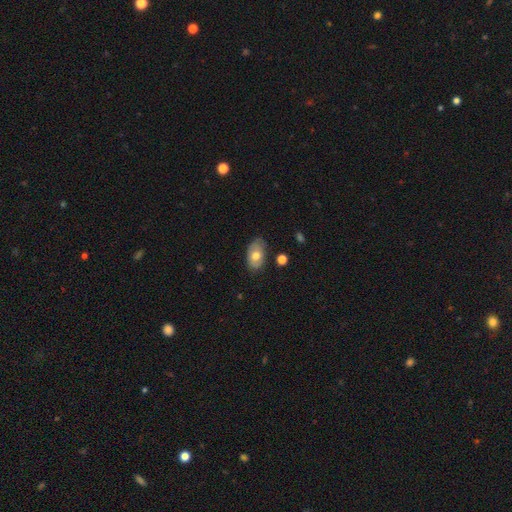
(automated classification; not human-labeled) Smooth or featured? Predicted: smooth (p=0.60). How rounded? Predicted: in between (p=0.90). Merging? Predicted: none (p=0.75).